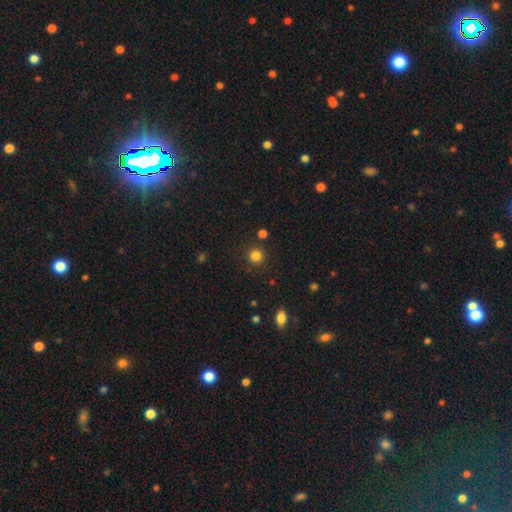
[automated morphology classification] This is clearly a smooth galaxy (83%). How rounded: clearly round (92%). Merging: clearly none (88%).